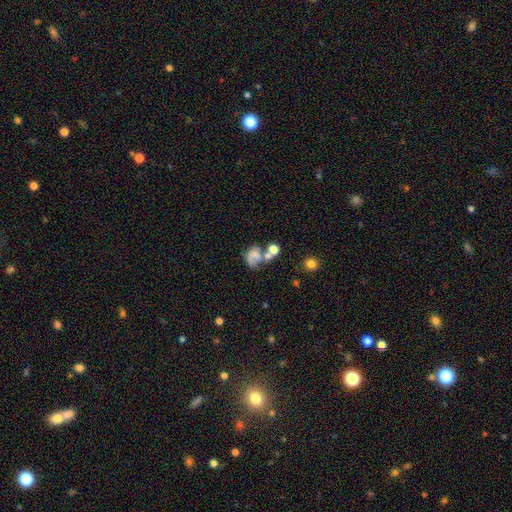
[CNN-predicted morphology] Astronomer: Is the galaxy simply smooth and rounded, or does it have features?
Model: smooth — 51% (runner-up: featured or disk, 35%).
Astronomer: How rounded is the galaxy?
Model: in between — 58% (runner-up: round, 41%).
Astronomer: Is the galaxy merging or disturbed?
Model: merger — 38% (runner-up: none, 24%).